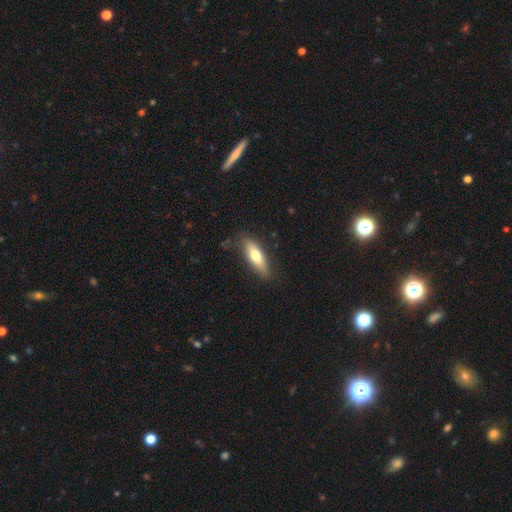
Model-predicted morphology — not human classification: smooth 66%, featured or disk 28%, star or artifact 6%. Down the decision tree: how rounded — in between (51%); merging — none (80%).